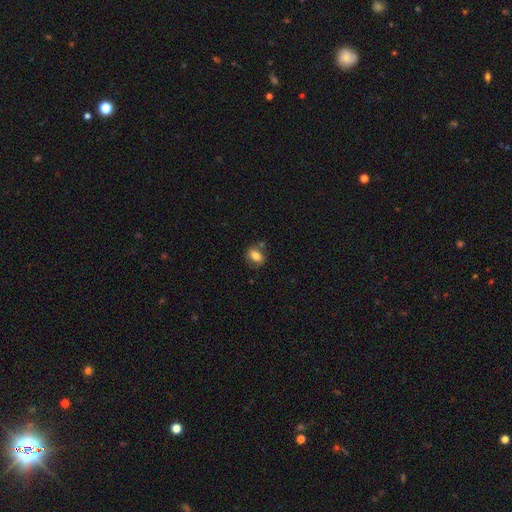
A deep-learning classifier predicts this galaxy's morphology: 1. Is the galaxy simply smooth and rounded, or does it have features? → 78% smooth, 13% featured or disk, 9% star or artifact.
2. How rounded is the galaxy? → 69% in between, 29% round, 2% cigar-shaped.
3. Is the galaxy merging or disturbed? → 71% none, 16% minor disturbance, 9% merger, 4% major disturbance.